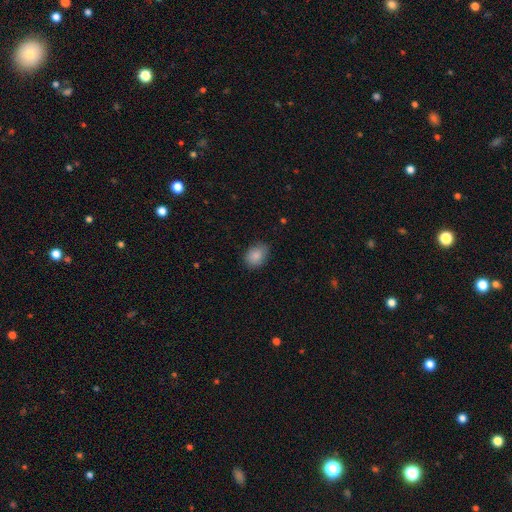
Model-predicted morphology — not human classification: type=smooth (87%); roundness=in between (69%); merging=none (82%).